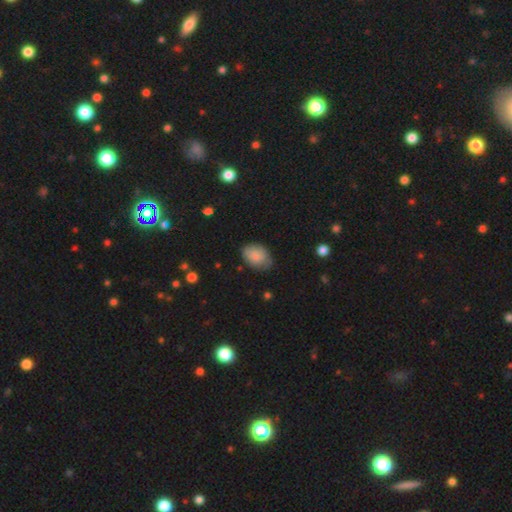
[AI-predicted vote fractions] Smooth or featured? smooth (83%)
How rounded? in between (79%)
Merging? none (66%)